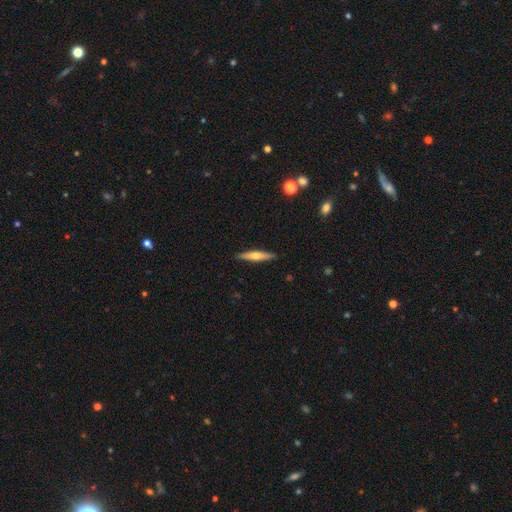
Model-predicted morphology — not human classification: A smooth galaxy with no disk features (47%, tied with featured or disk). Merging: none (91%).